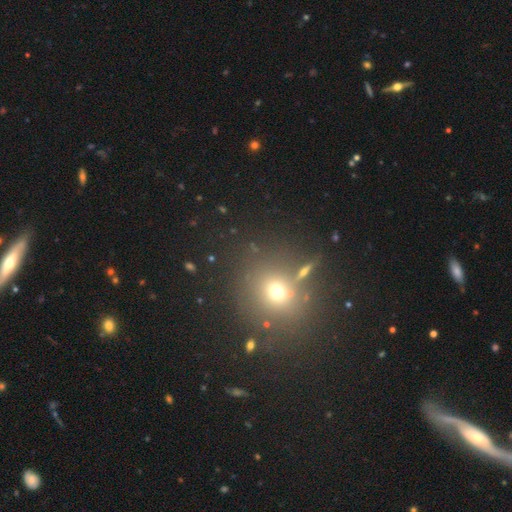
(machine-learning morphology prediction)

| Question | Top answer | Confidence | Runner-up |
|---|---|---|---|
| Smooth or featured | smooth | 53% | star or artifact (36%) |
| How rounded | round | 83% | in between (16%) |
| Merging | none | 82% | minor disturbance (8%) |